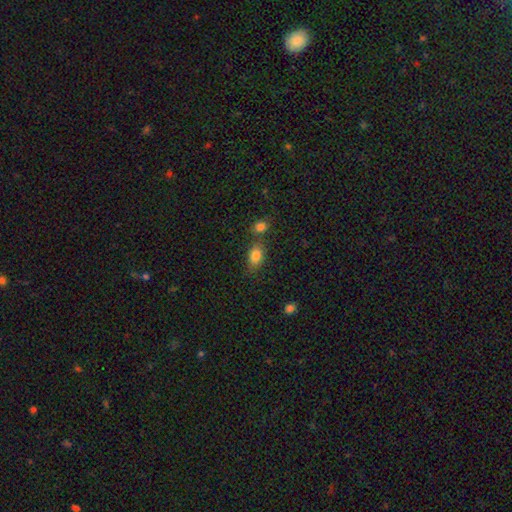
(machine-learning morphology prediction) Smooth or featured? smooth (83%)
How rounded? in between (81%)
Merging? none (63%)